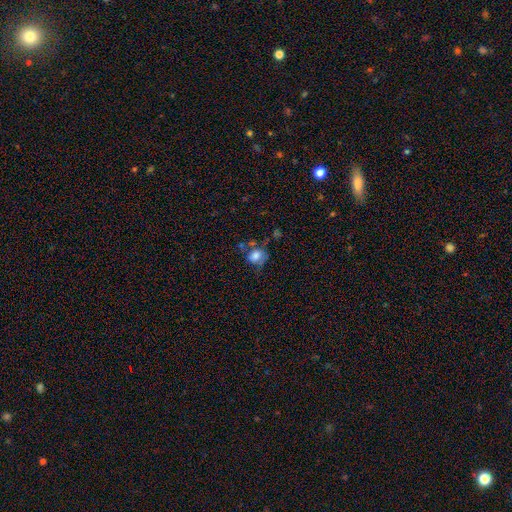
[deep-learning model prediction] A smooth galaxy with no disk features (71%) that is round (61%). Merging: none (42%).